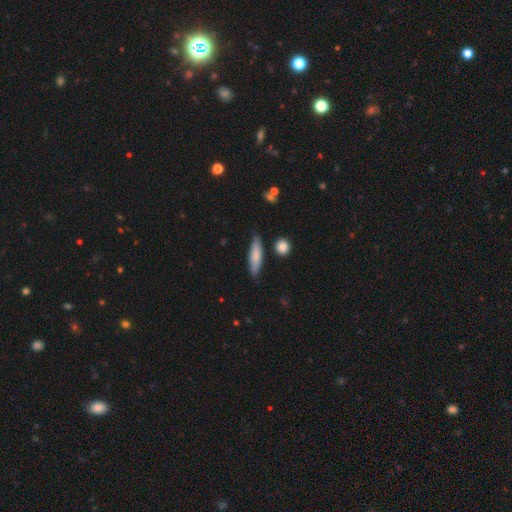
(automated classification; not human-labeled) Smooth or featured? smooth (78%)
How rounded? cigar-shaped (68%)
Merging? none (80%)